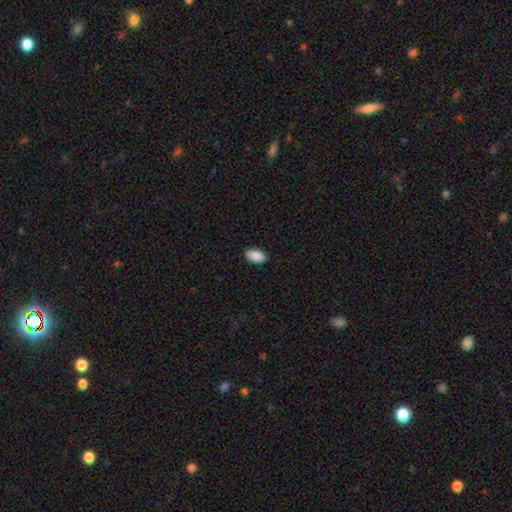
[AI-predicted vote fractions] A smooth galaxy with no disk features (89%) that is in between round and cigar-shaped (94%).

Vote fractions:
- Smooth or featured? smooth: 89% / star or artifact: 6% / featured or disk: 4%
- How rounded? in between: 94% / cigar-shaped: 3% / round: 3%
- Merging? none: 89% / minor disturbance: 9% / major disturbance: 2% / merger: 1%